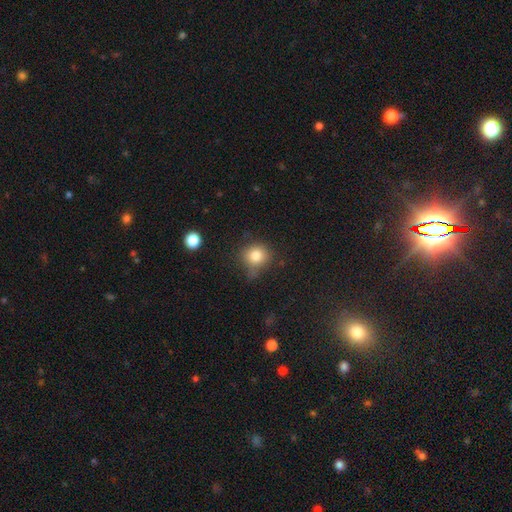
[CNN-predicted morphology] Smooth or featured?
  - smooth: 81% *
  - star or artifact: 12%
  - featured or disk: 7%
How rounded?
  - round: 85% *
  - in between: 14%
  - cigar-shaped: 1%
Merging?
  - none: 65% *
  - minor disturbance: 23%
  - major disturbance: 7%
  - merger: 5%